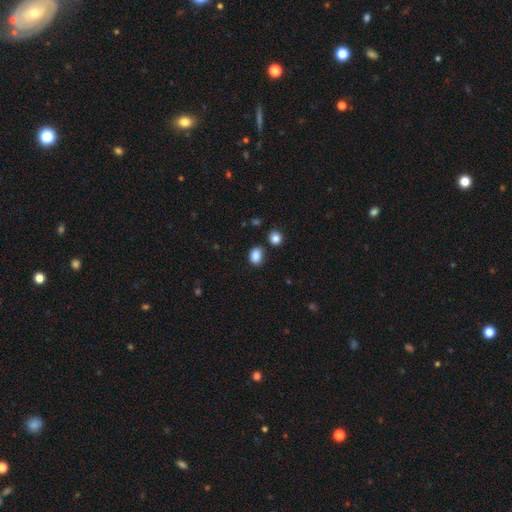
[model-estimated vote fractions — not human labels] smooth 87%, star or artifact 10%, featured or disk 3%. Down the decision tree: how rounded — in between (60%); merging — none (80%).